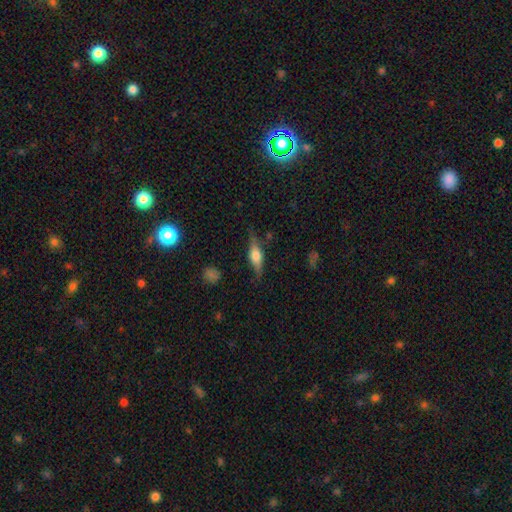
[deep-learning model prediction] featured or disk 63%, smooth 30%, star or artifact 7%. Down the decision tree: edge-on disk — yes (95%); edge-on bulge — rounded (88%); merging — none (79%).